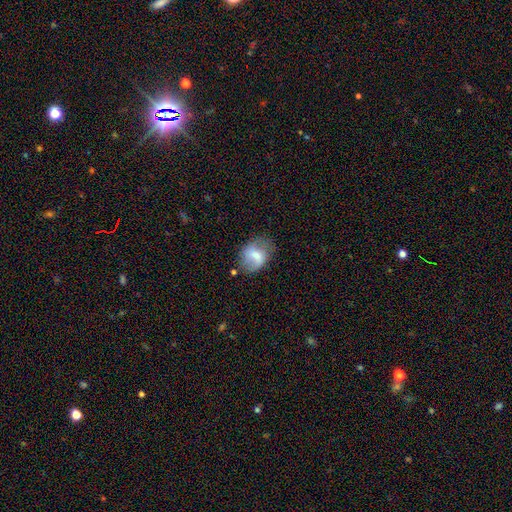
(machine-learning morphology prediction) Smooth or featured?
  - smooth: 57% *
  - featured or disk: 35%
  - star or artifact: 8%
How rounded?
  - in between: 64% *
  - round: 35%
  - cigar-shaped: 1%
Merging?
  - none: 58% *
  - minor disturbance: 27%
  - major disturbance: 11%
  - merger: 4%